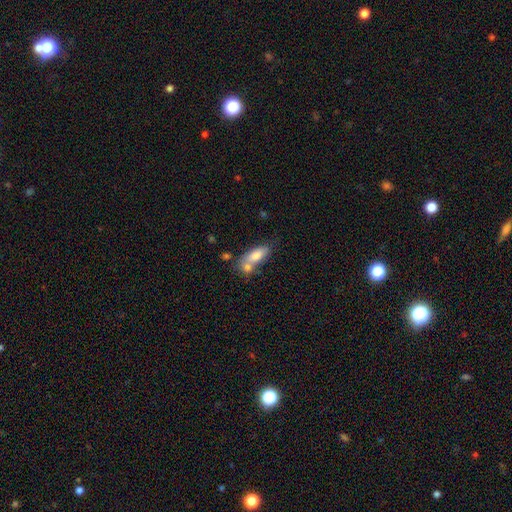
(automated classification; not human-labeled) Morphology: type=smooth (75%); roundness=in between (78%); merging=none (42%).